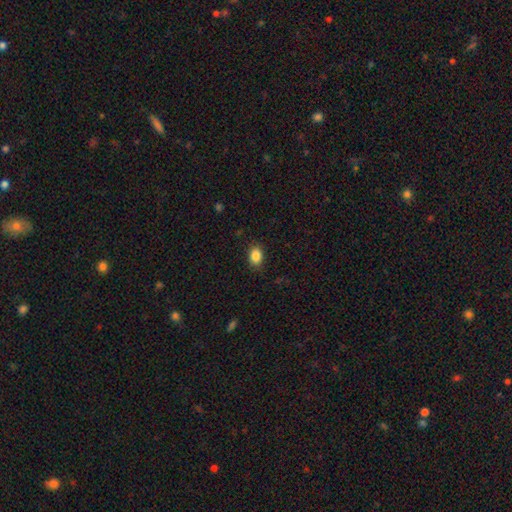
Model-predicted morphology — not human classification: A smooth galaxy with no disk features (87%) that is in between round and cigar-shaped (70%).

Vote fractions:
- Smooth or featured? smooth: 87% / star or artifact: 9% / featured or disk: 4%
- How rounded? in between: 70% / round: 29% / cigar-shaped: 1%
- Merging? none: 86% / minor disturbance: 10% / major disturbance: 3% / merger: 1%